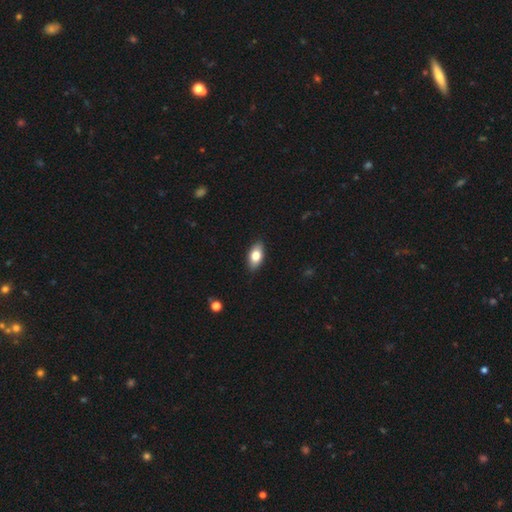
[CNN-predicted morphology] Q: Smooth or featured?
A: smooth (78%); runner-up: featured or disk (16%)
Q: How rounded?
A: in between (91%); runner-up: cigar-shaped (5%)
Q: Merging?
A: none (88%); runner-up: minor disturbance (9%)